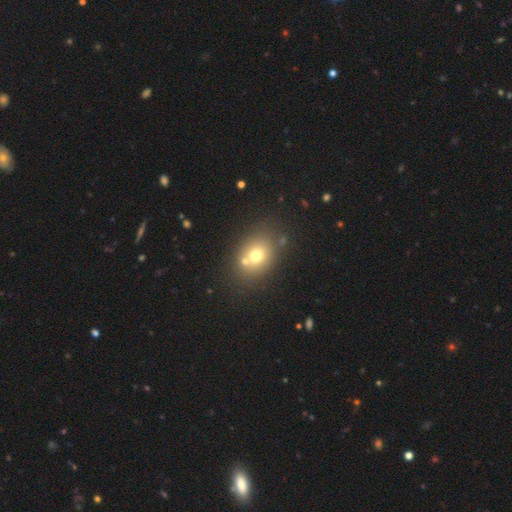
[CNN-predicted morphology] Smooth or featured? smooth (69%)
How rounded? in between (53%)
Merging? none (62%)